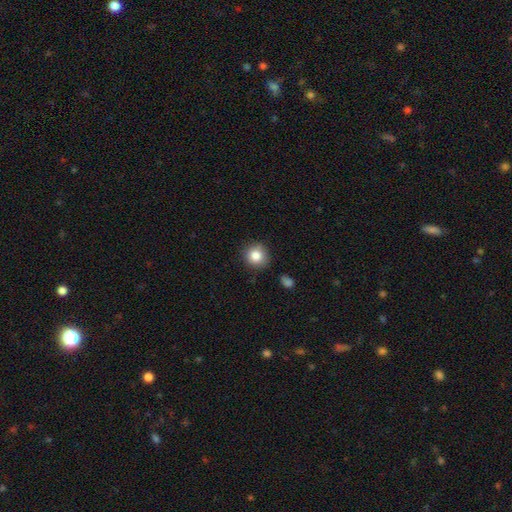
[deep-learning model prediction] Smooth or featured? Predicted: smooth (p=0.83). How rounded? Predicted: round (p=0.88). Merging? Predicted: none (p=0.85).